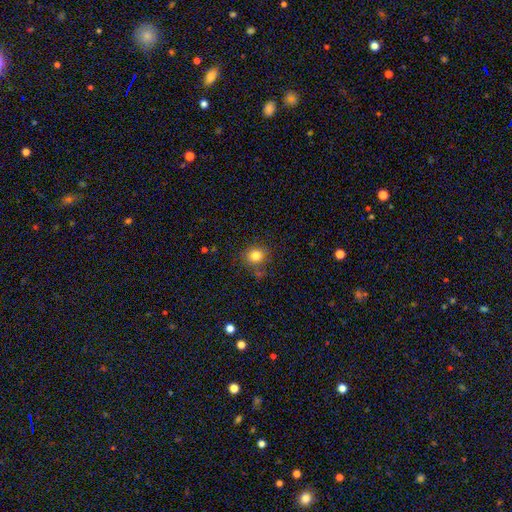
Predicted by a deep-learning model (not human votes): Smooth or featured? smooth (81%)
How rounded? round (75%)
Merging? none (76%)